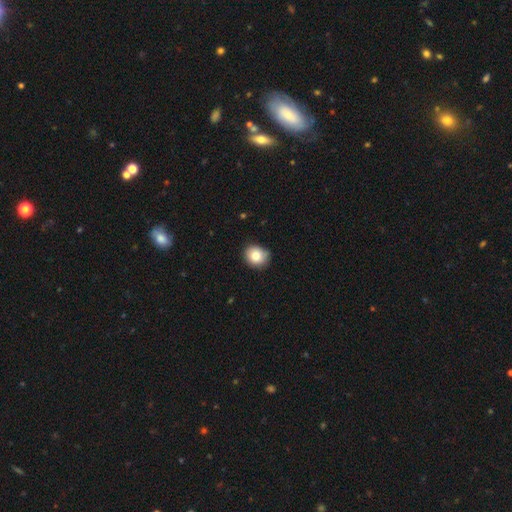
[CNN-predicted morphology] type=smooth (82%); roundness=round (69%); merging=none (79%).